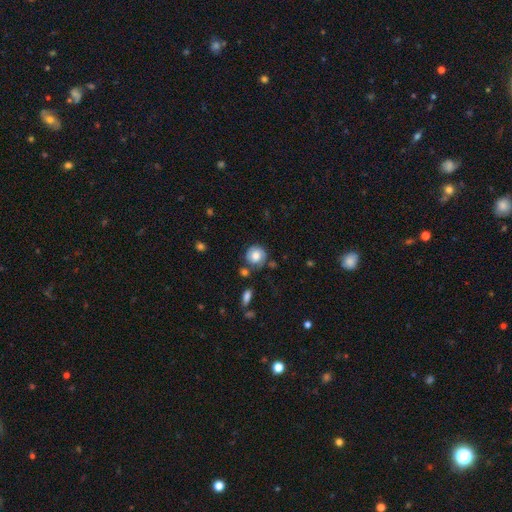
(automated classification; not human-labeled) Smooth or featured? smooth (59%)
How rounded? round (86%)
Merging? none (71%)